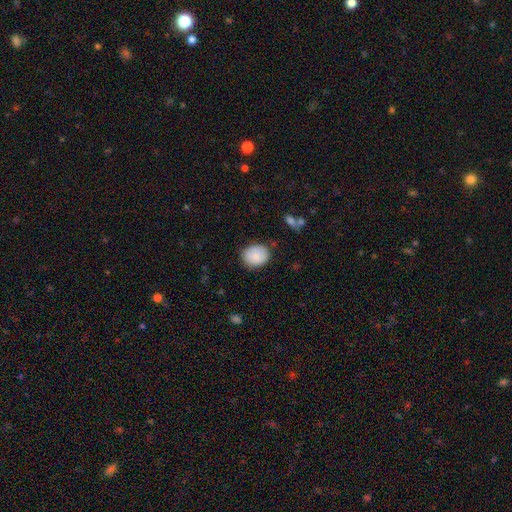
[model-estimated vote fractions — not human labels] Smooth or featured? Predicted: smooth (p=0.87). How rounded? Predicted: round (p=0.58). Merging? Predicted: none (p=0.79).